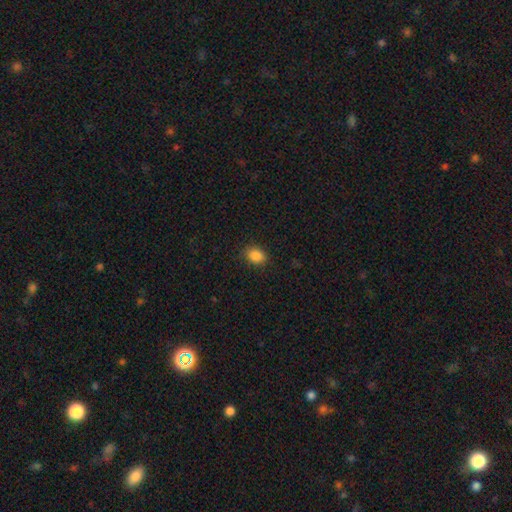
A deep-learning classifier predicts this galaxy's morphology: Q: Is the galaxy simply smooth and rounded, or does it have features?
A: smooth — 87%.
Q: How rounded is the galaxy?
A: in between — 62%.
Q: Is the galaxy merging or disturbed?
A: none — 87%.